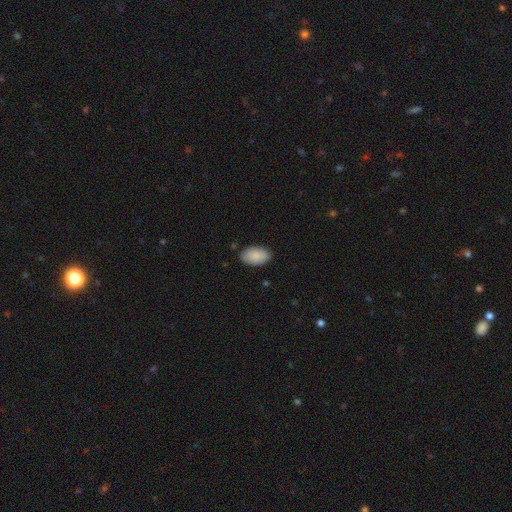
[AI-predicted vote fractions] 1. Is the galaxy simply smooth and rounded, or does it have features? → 89% smooth, 6% star or artifact, 5% featured or disk.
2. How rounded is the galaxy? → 94% in between, 5% round, 1% cigar-shaped.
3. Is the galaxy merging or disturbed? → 86% none, 11% minor disturbance, 2% major disturbance, 1% merger.